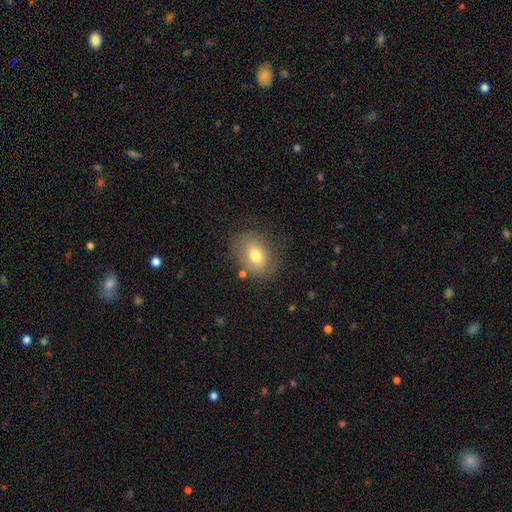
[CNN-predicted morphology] A smooth galaxy with no disk features (73%) that is in between round and cigar-shaped (68%). Merging: none (76%).